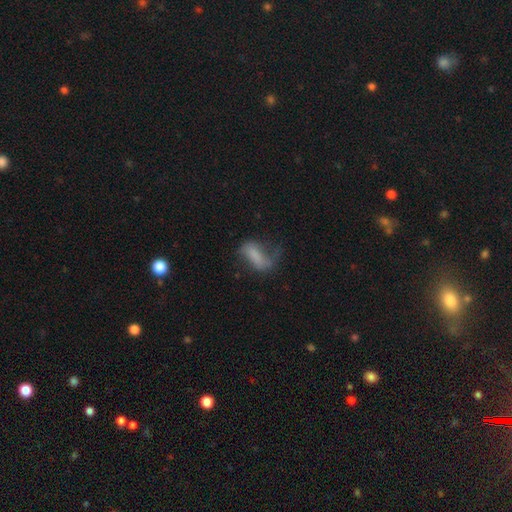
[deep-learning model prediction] Overall: smooth (54%; featured or disk 35%). How rounded: in between (79%). Merging: none (35%, tied with major disturbance).